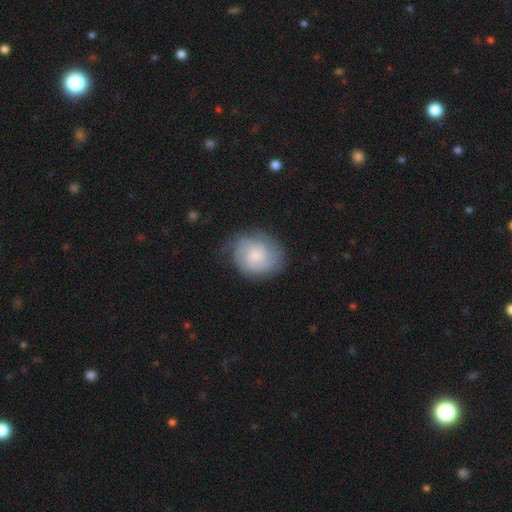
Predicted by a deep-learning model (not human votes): This is likely a featured or disk galaxy (64%). It is clearly not viewed edge-on (98%). Bar: likely no (67%). Spiral arm pattern: clearly yes (93%). Spiral arm count: marginally can't tell (32%). Spiral winding: possibly tight (57%). Central bulge: marginally small (45%). Merging: likely none (72%).